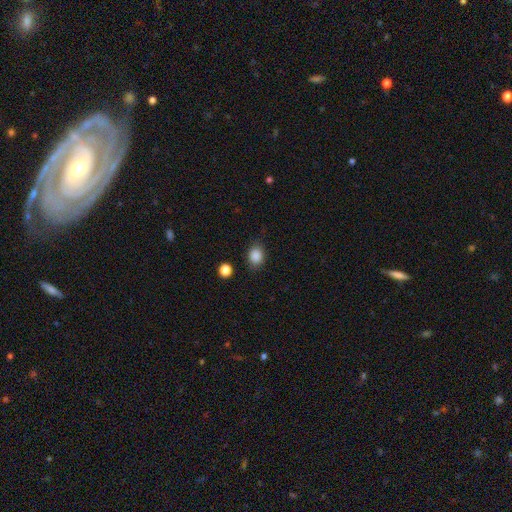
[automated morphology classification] This appears to be a smooth galaxy with no disk features (87%) that is in between round and cigar-shaped (52%). Merging: none (80%).